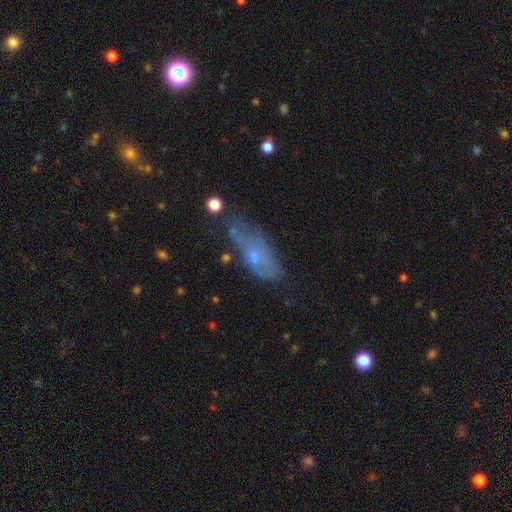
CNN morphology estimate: Smooth or featured? smooth (48%)
Merging? none (40%)